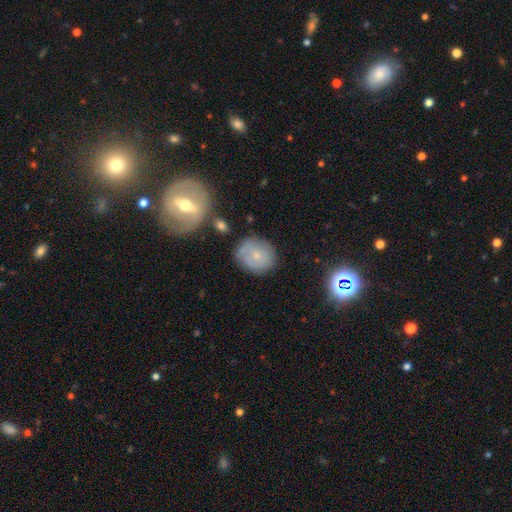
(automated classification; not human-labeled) A smooth galaxy with no disk features (61%) that is round (72%).

Vote fractions:
- Smooth or featured? smooth: 61% / featured or disk: 28% / star or artifact: 11%
- How rounded? round: 72% / in between: 27% / cigar-shaped: 1%
- Merging? none: 67% / minor disturbance: 20% / major disturbance: 7% / merger: 6%